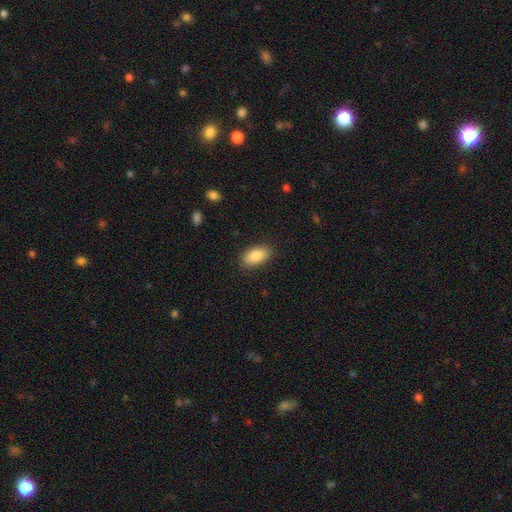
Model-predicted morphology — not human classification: This is clearly a smooth galaxy (87%). How rounded: clearly in between (92%). Merging: clearly none (87%).